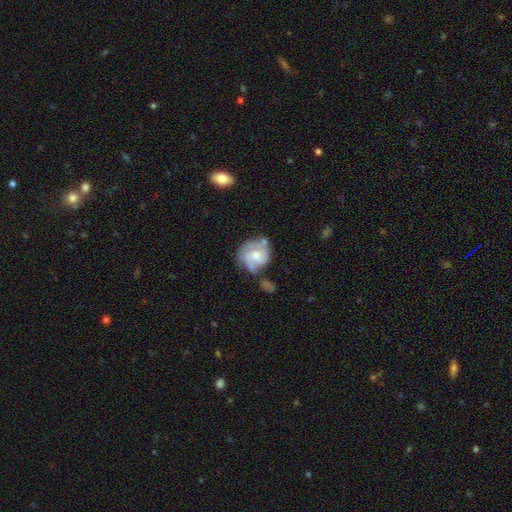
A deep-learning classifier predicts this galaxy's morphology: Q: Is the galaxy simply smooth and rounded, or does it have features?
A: featured or disk — 74%.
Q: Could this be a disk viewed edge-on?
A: no — 98%.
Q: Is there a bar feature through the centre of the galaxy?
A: no — 62%.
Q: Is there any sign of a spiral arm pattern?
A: yes — 90%.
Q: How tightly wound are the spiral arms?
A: tight — 49%.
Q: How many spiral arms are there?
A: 2 — 43%.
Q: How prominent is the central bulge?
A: moderate — 60%.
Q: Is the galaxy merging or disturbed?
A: none — 44%.